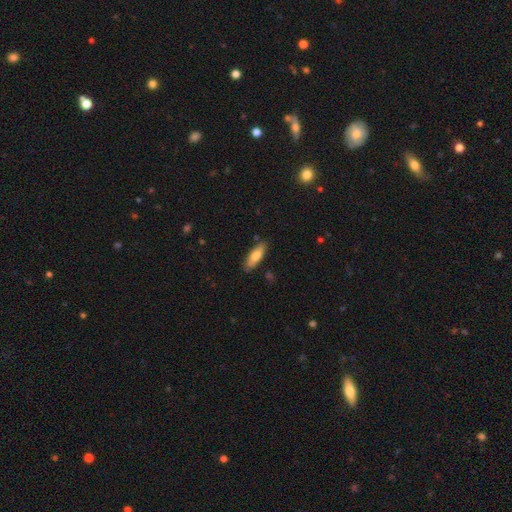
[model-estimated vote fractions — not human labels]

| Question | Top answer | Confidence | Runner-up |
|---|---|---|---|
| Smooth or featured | smooth | 75% | featured or disk (19%) |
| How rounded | in between | 55% | cigar-shaped (43%) |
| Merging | none | 83% | minor disturbance (12%) |